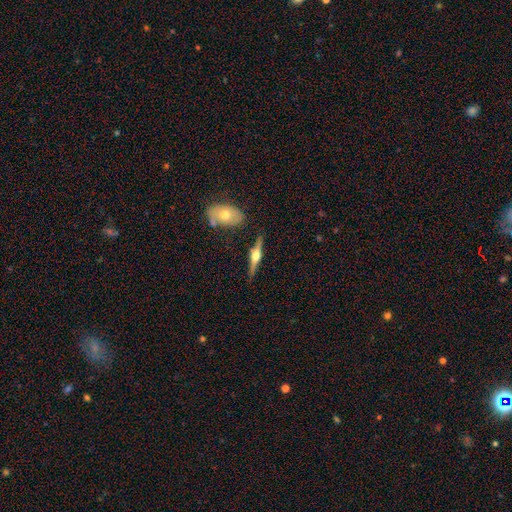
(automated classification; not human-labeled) A featured or disk galaxy (76%) viewed edge-on (97%) with a rounded central bulge (94%).

Vote fractions:
- Smooth or featured? featured or disk: 76% / smooth: 19% / star or artifact: 5%
- Edge-on disk? yes: 97% / no: 3%
- Edge-on bulge? rounded: 94% / boxy: 4% / none: 2%
- Merging? none: 83% / minor disturbance: 11% / merger: 4% / major disturbance: 3%